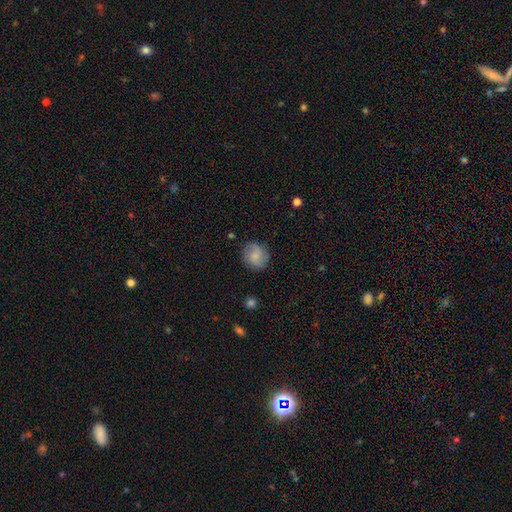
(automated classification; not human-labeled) Smooth or featured: smooth — 68% (featured or disk — 24%)
How rounded: round — 80% (in between — 19%)
Merging: none — 81% (minor disturbance — 14%)